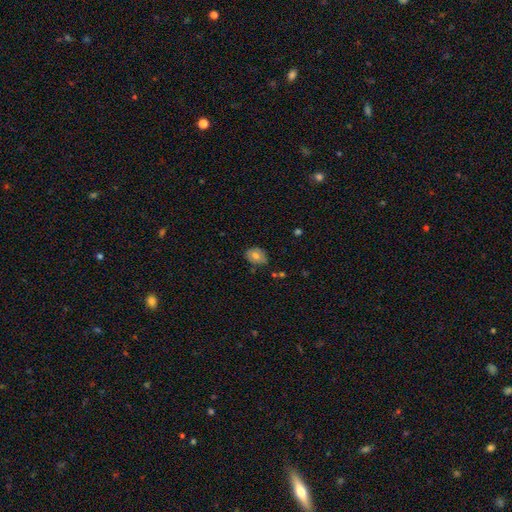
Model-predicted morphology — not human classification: The model was most divided on "how rounded": in between: 61%, round: 38%, cigar-shaped: 1%. More confident: smooth or featured — smooth (71%); merging — none (71%).